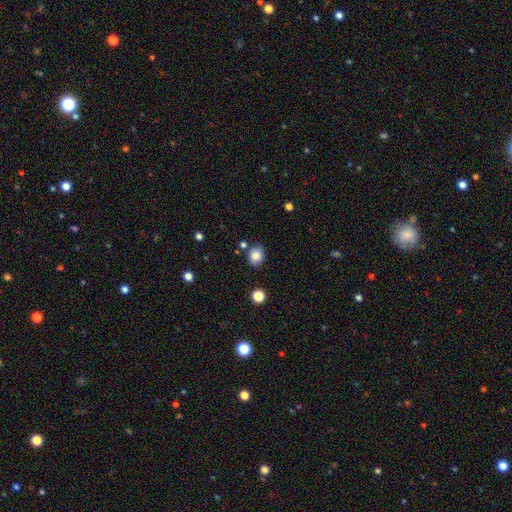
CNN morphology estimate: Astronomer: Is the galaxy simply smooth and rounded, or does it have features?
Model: smooth — 83%.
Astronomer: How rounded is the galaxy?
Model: round — 63%.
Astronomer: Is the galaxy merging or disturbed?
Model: none — 82%.